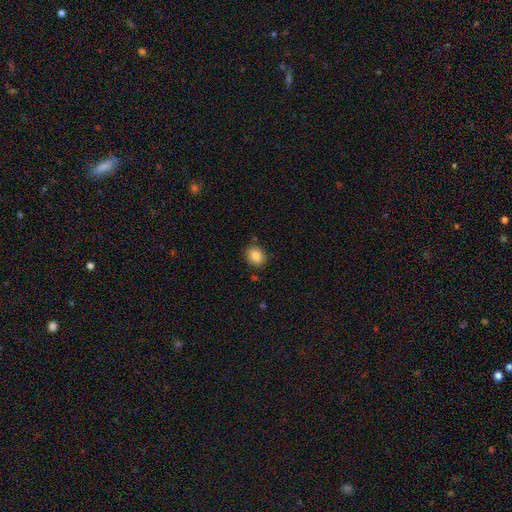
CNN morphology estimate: Smooth or featured? smooth (85%)
How rounded? round (59%)
Merging? none (86%)